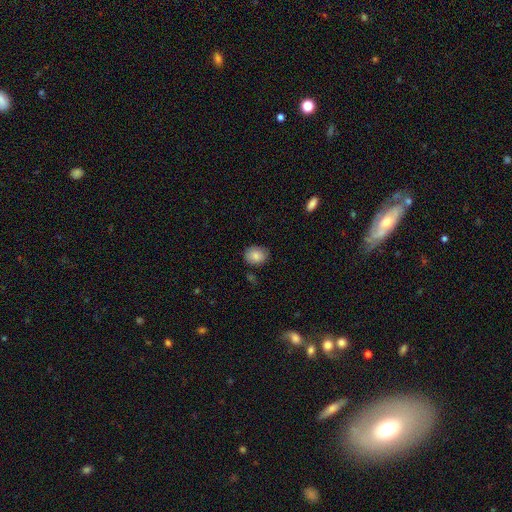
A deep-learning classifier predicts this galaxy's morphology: Q: Smooth or featured?
A: smooth (85%); runner-up: star or artifact (8%)
Q: How rounded?
A: round (54%); runner-up: in between (46%)
Q: Merging?
A: none (81%); runner-up: minor disturbance (14%)